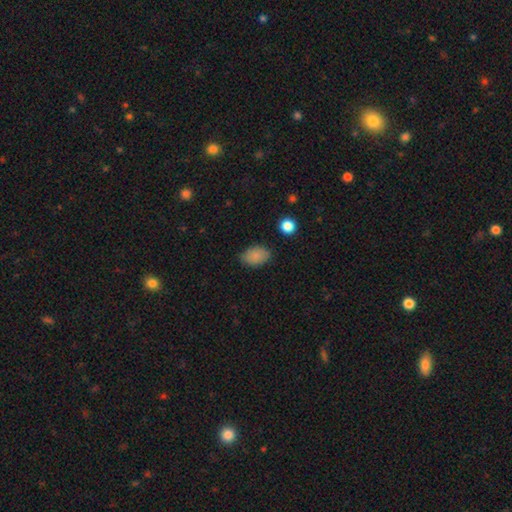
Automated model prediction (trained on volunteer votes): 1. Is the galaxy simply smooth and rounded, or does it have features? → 86% smooth, 9% star or artifact, 5% featured or disk.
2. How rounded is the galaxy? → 85% in between, 14% round, 1% cigar-shaped.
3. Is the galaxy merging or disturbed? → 80% none, 15% minor disturbance, 3% major disturbance, 1% merger.